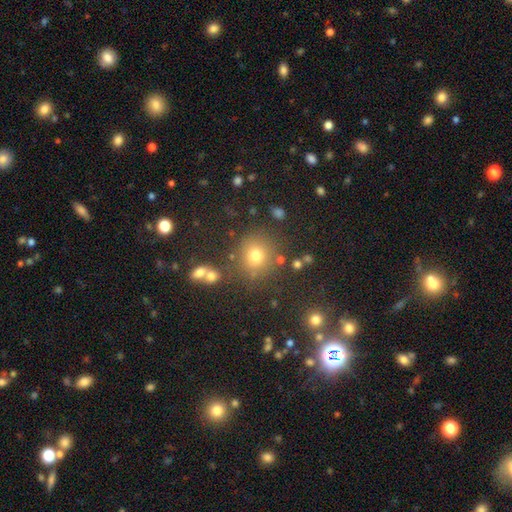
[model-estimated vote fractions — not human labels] Smooth or featured? Predicted: smooth (p=0.72). How rounded? Predicted: round (p=0.88). Merging? Predicted: none (p=0.78).